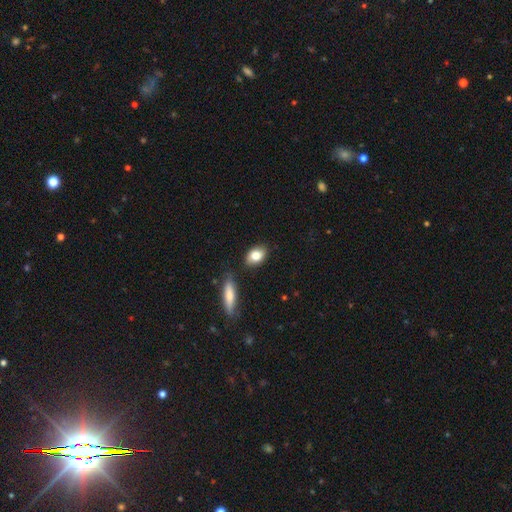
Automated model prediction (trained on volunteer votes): Q: Smooth or featured?
A: smooth (80%); runner-up: featured or disk (13%)
Q: How rounded?
A: in between (84%); runner-up: round (12%)
Q: Merging?
A: none (81%); runner-up: minor disturbance (11%)